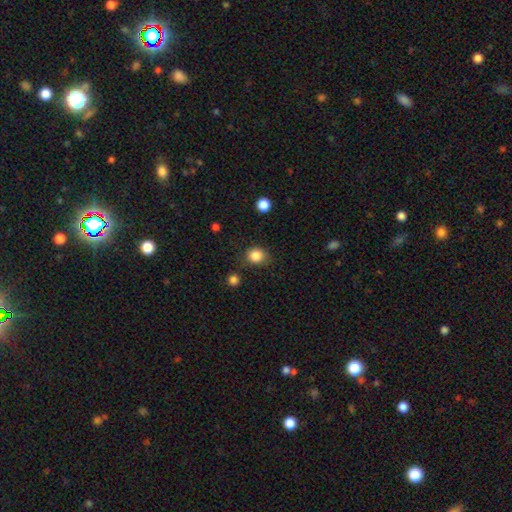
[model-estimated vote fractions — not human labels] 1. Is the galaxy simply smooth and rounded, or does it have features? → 85% smooth, 10% star or artifact, 4% featured or disk.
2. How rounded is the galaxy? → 73% round, 26% in between, 1% cigar-shaped.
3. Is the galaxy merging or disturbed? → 77% none, 15% minor disturbance, 4% major disturbance, 3% merger.